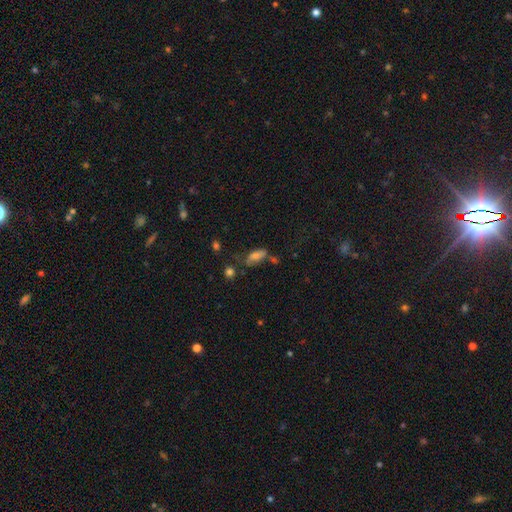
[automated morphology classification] This is likely a smooth galaxy (66%). How rounded: likely in between (77%). Merging: marginally none (45%).